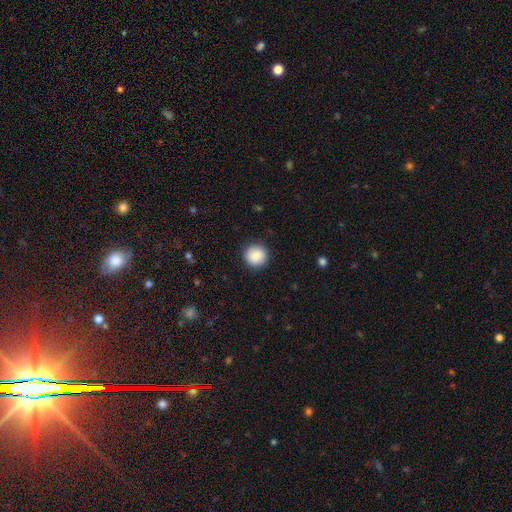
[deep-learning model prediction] This appears to be a smooth galaxy with no disk features (88%) that is round (94%). Merging: none (91%).